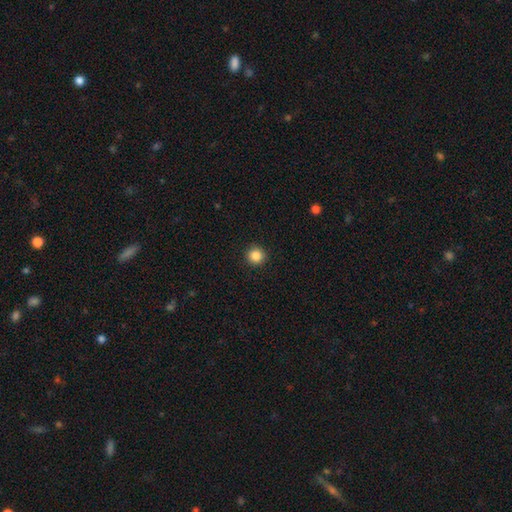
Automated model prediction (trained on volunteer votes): smooth 86%, star or artifact 10%, featured or disk 3%. Down the decision tree: how rounded — round (95%); merging — none (92%).